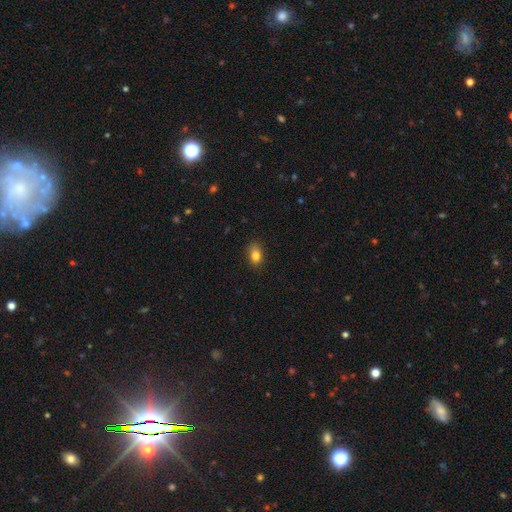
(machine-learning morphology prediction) Smooth or featured? smooth (82%)
How rounded? in between (81%)
Merging? none (83%)